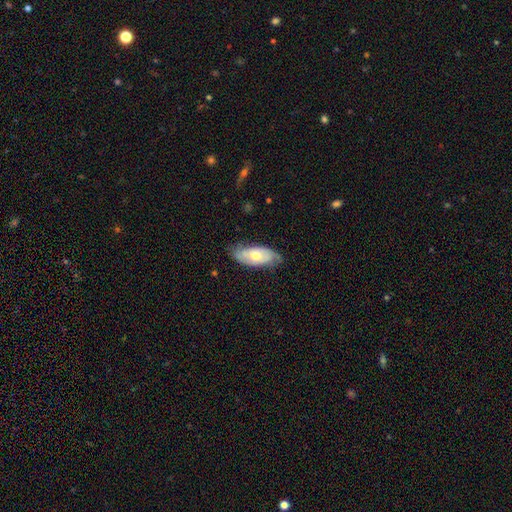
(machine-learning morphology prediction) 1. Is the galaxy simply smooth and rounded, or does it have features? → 53% featured or disk, 41% smooth, 6% star or artifact.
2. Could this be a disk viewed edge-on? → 83% no, 17% yes.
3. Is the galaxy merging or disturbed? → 70% none, 23% minor disturbance, 6% major disturbance, 1% merger.